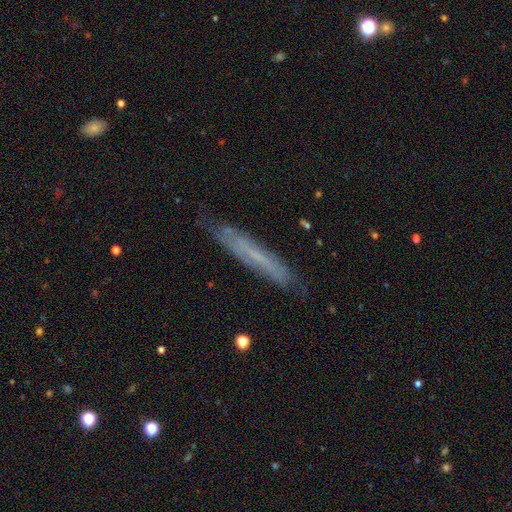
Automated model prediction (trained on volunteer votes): This is possibly a smooth galaxy (46%). Merging: clearly none (82%).